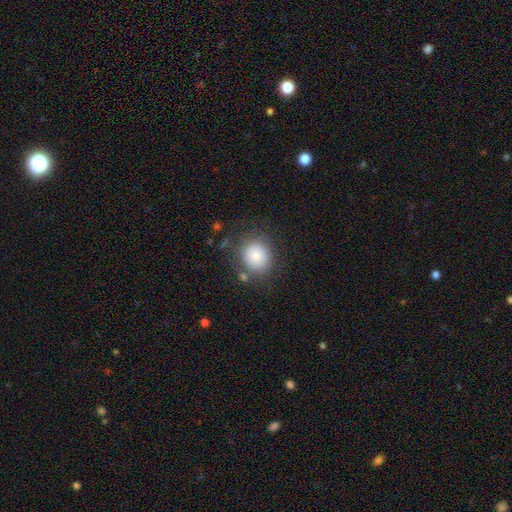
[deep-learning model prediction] A smooth galaxy with no disk features (83%) that is round (79%).

Vote fractions:
- Smooth or featured? smooth: 83% / star or artifact: 9% / featured or disk: 8%
- How rounded? round: 79% / in between: 20% / cigar-shaped: 1%
- Merging? none: 76% / minor disturbance: 14% / major disturbance: 6% / merger: 4%